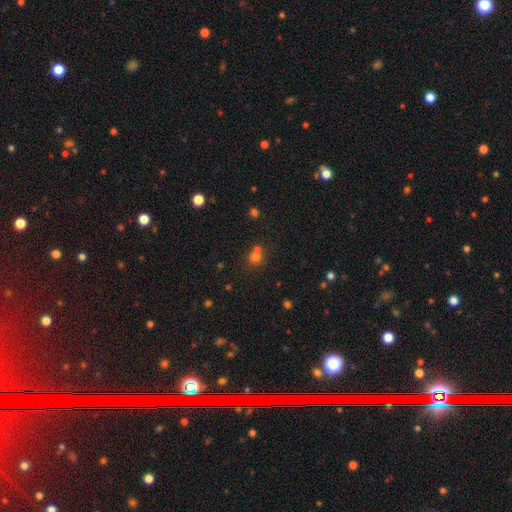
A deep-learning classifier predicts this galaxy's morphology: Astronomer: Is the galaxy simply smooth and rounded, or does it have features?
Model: smooth — 68%.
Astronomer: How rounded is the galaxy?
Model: round — 86%.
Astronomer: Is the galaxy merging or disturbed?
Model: none — 50% (runner-up: merger, 40%).